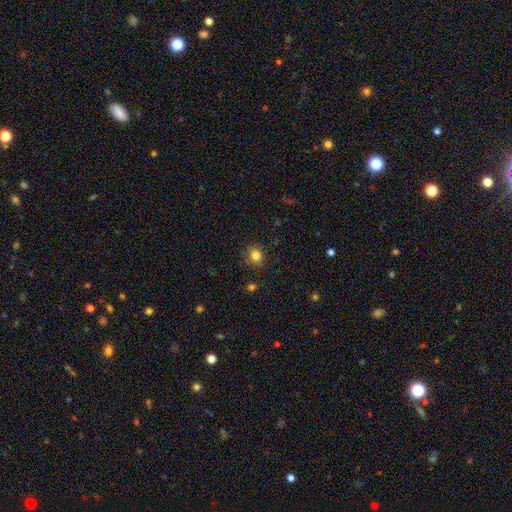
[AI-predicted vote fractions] A smooth galaxy with no disk features (82%) that is round (87%).

Vote fractions:
- Smooth or featured? smooth: 82% / star or artifact: 13% / featured or disk: 5%
- How rounded? round: 87% / in between: 12% / cigar-shaped: 1%
- Merging? none: 88% / minor disturbance: 8% / major disturbance: 2% / merger: 1%